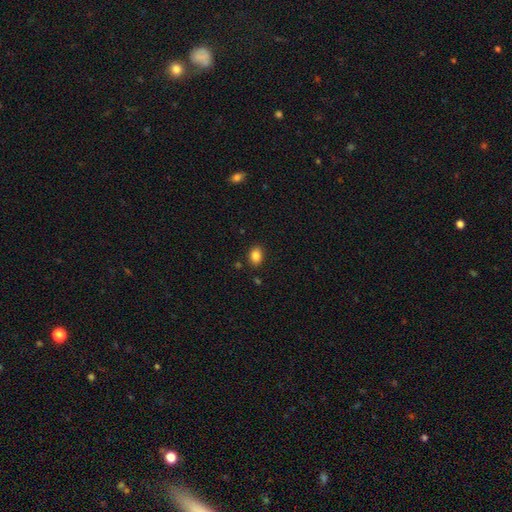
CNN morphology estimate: type=smooth (85%); roundness=in between (69%); merging=none (87%).